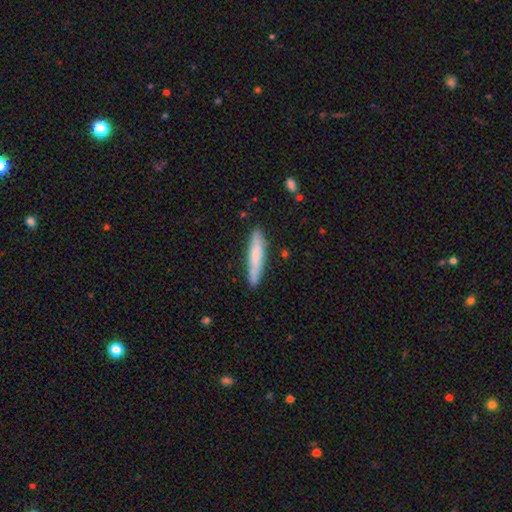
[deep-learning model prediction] This appears to be a smooth galaxy with no disk features (73%) that is cigar-shaped (91%). Merging: none (86%).